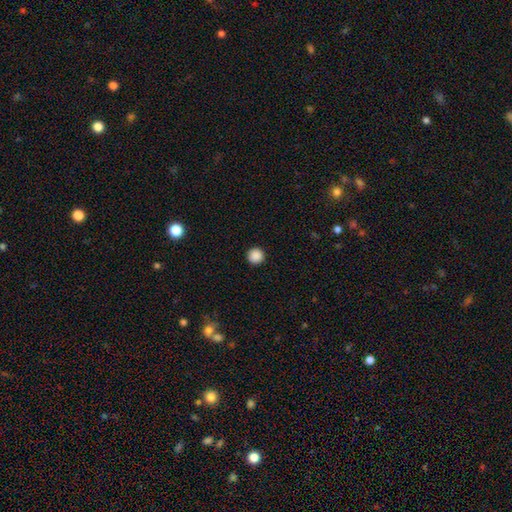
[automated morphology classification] Q: Smooth or featured?
A: smooth (89%); runner-up: star or artifact (9%)
Q: How rounded?
A: round (96%); runner-up: in between (3%)
Q: Merging?
A: none (94%); runner-up: minor disturbance (4%)